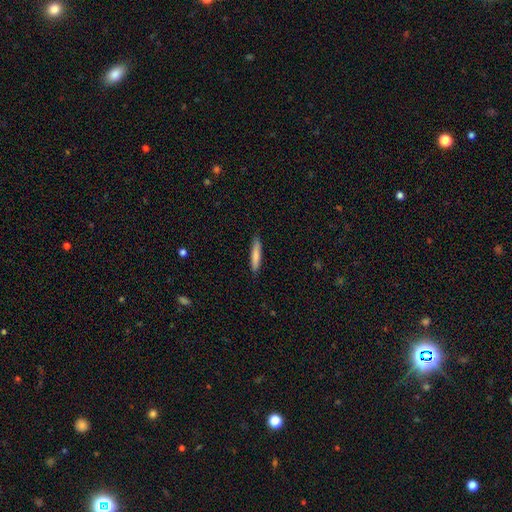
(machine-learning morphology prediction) A smooth galaxy with no disk features (78%) that is cigar-shaped (88%). Merging: none (87%).